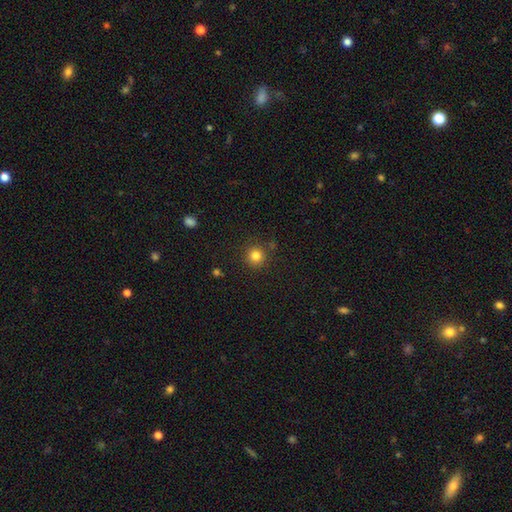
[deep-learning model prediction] smooth_or_featured: smooth (p=0.82) [alt: star or artifact p=0.13]
how_rounded: round (p=0.94) [alt: in between p=0.05]
merging: none (p=0.87) [alt: minor disturbance p=0.08]